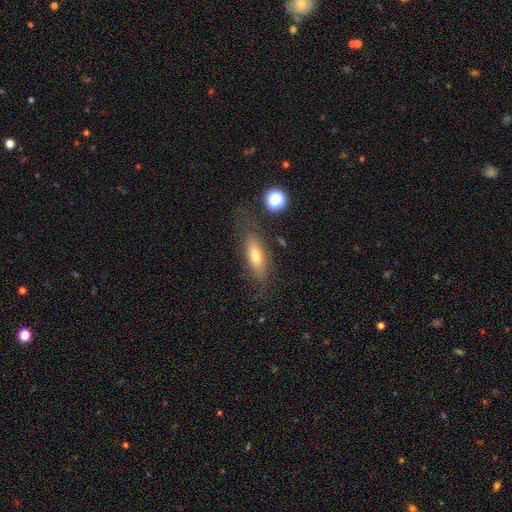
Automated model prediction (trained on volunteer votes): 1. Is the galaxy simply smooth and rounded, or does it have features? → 65% smooth, 25% featured or disk, 10% star or artifact.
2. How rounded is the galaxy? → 64% in between, 31% cigar-shaped, 4% round.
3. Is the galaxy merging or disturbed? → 70% none, 18% minor disturbance, 9% major disturbance, 4% merger.